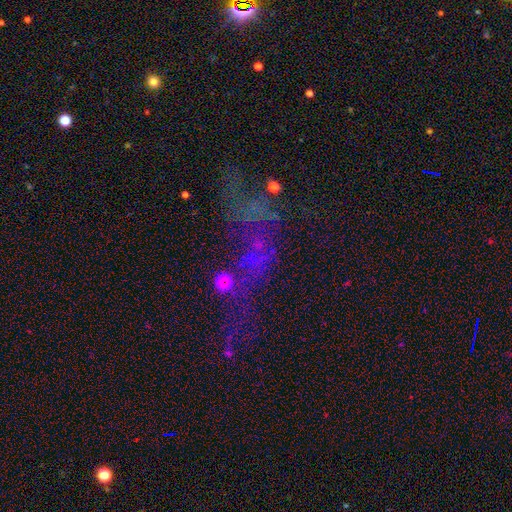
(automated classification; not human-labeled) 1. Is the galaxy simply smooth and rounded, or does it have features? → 50% star or artifact, 28% featured or disk, 22% smooth.